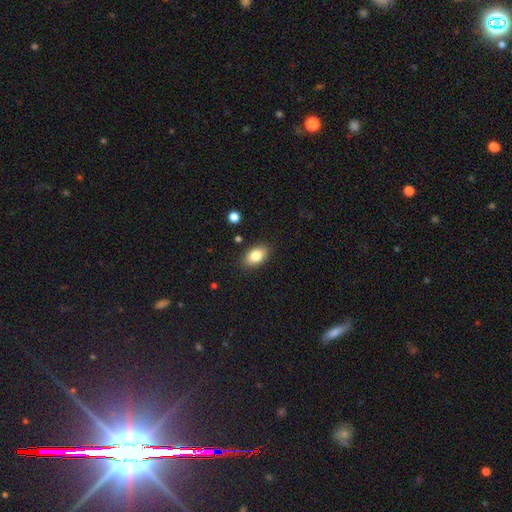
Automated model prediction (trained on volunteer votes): This is clearly a smooth galaxy (82%). How rounded: clearly in between (89%). Merging: clearly none (87%).